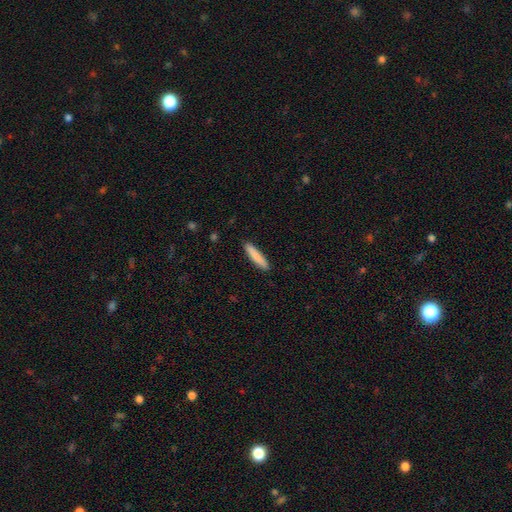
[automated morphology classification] This is clearly a smooth galaxy (86%). How rounded: clearly cigar-shaped (87%). Merging: clearly none (91%).